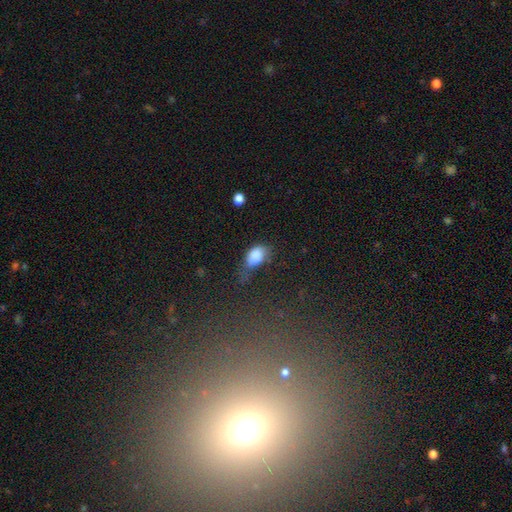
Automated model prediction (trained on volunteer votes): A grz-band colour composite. It shows a smooth galaxy with no disk features (84%) that is in between round and cigar-shaped (87%). Merging: minor disturbance (43%).